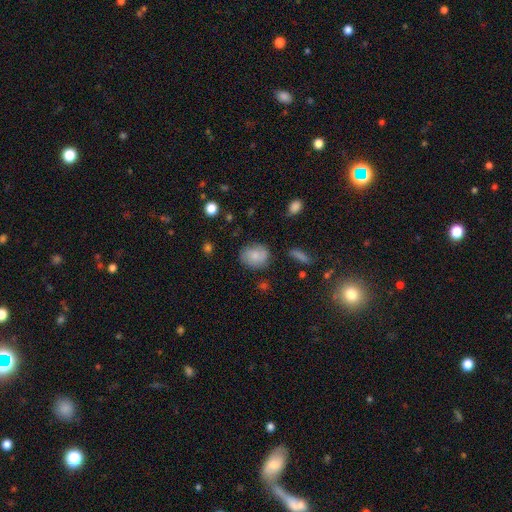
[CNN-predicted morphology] This appears to be a smooth galaxy with no disk features (76%) that is round (55%). Merging: none (76%).